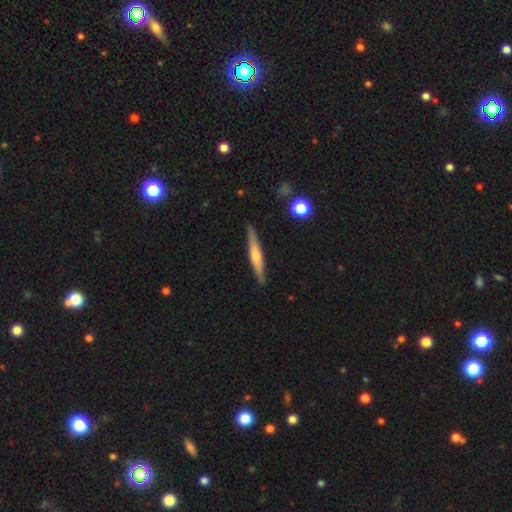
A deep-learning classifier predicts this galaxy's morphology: The model was most divided on "smooth or featured": featured or disk: 56%, smooth: 39%, star or artifact: 6%. More confident: edge-on disk — yes (96%); merging — none (89%); edge-on bulge — rounded (72%).